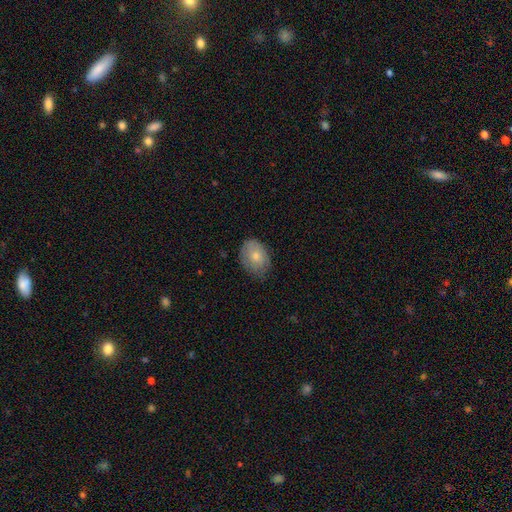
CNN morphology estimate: smooth_or_featured: smooth (p=0.71) [alt: featured or disk p=0.22]
how_rounded: in between (p=0.71) [alt: round p=0.28]
merging: none (p=0.69) [alt: minor disturbance p=0.25]